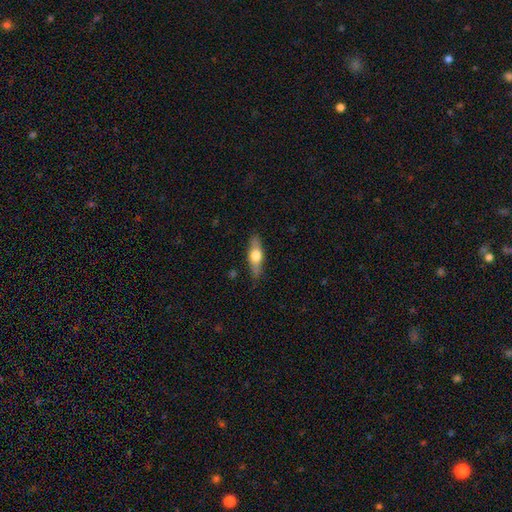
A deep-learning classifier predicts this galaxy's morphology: Q: Smooth or featured?
A: smooth (52%); runner-up: featured or disk (42%)
Q: How rounded?
A: cigar-shaped (50%); runner-up: in between (47%)
Q: Merging?
A: none (83%); runner-up: minor disturbance (13%)